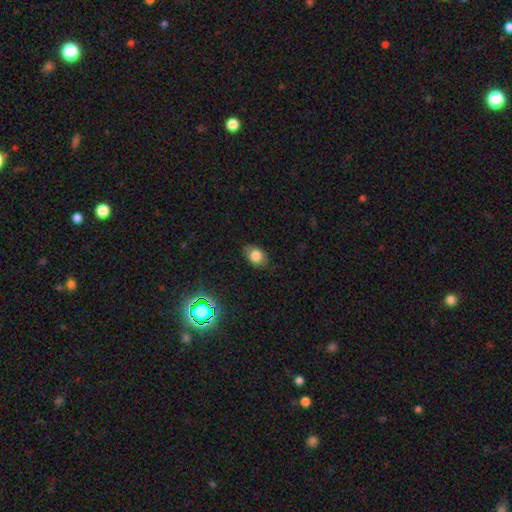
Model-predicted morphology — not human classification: smooth-or-featured: smooth: 78% | star or artifact: 11% | featured or disk: 10%
  how-rounded: in between: 75% | round: 24% | cigar-shaped: 1%
  merging: none: 79% | minor disturbance: 17% | major disturbance: 3% | merger: 1%